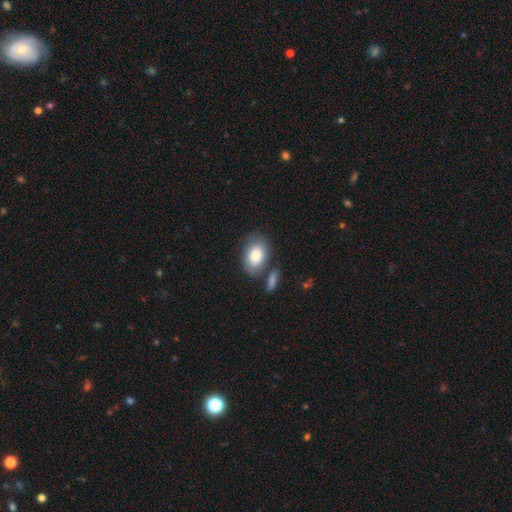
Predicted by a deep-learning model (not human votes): This appears to be a smooth galaxy with no disk features (84%) that is in between round and cigar-shaped (84%). Merging: none (64%).